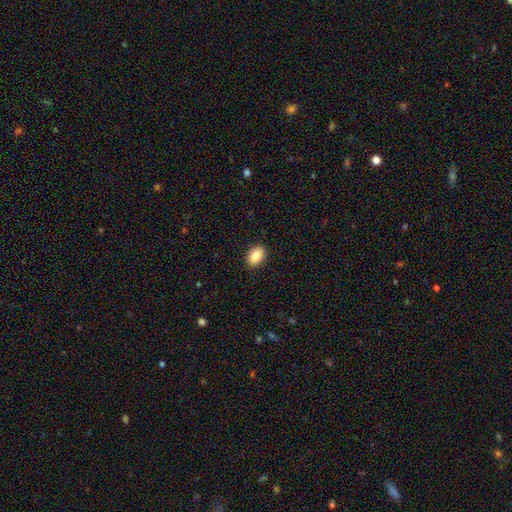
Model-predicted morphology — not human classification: smooth 86%, star or artifact 7%, featured or disk 7%. Down the decision tree: how rounded — in between (86%); merging — none (90%).